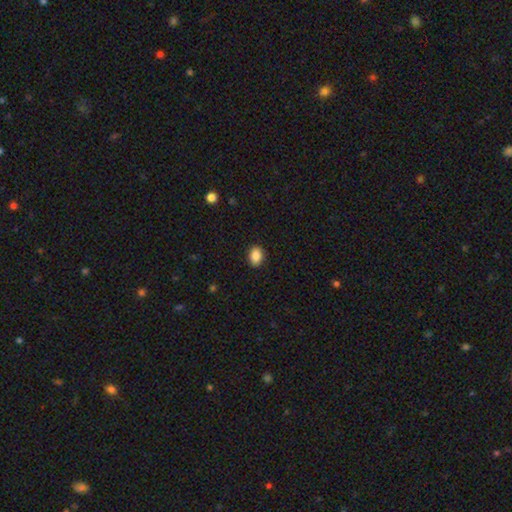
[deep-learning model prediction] smooth-or-featured: smooth: 88% | star or artifact: 8% | featured or disk: 4%
  how-rounded: in between: 71% | round: 28% | cigar-shaped: 1%
  merging: none: 89% | minor disturbance: 8% | major disturbance: 2% | merger: 1%